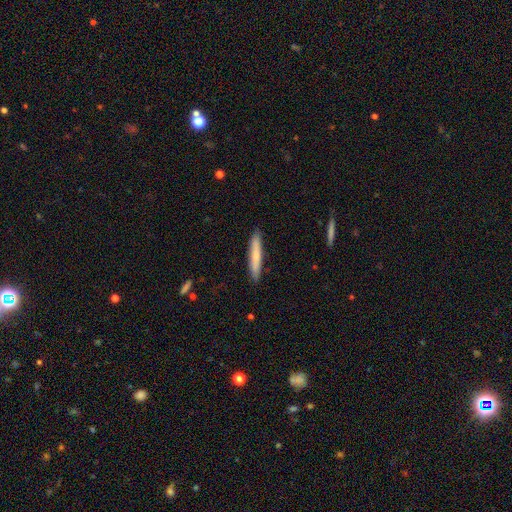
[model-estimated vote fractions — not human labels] Smooth or featured: smooth — 65% (featured or disk — 29%)
How rounded: cigar-shaped — 93% (in between — 6%)
Merging: none — 89% (minor disturbance — 8%)